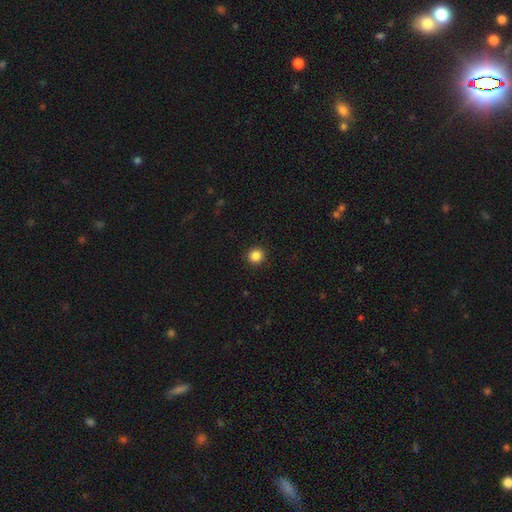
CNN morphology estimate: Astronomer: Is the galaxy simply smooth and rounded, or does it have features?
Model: smooth — 86%.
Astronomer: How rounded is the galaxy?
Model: round — 93%.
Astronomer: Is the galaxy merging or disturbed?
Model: none — 93%.